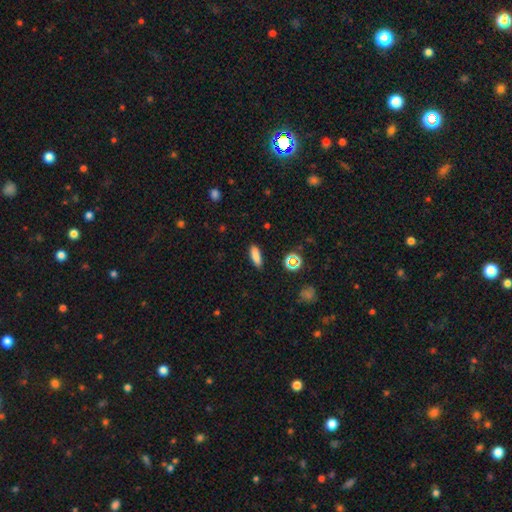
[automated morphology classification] smooth_or_featured: smooth (p=0.81) [alt: star or artifact p=0.12]
how_rounded: in between (p=0.49) [alt: cigar-shaped p=0.47]
merging: none (p=0.87) [alt: minor disturbance p=0.09]